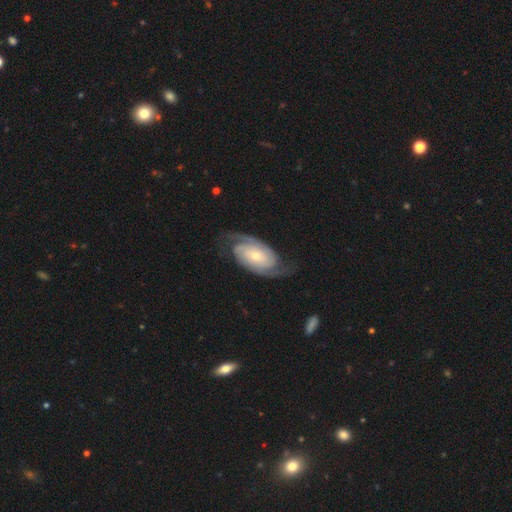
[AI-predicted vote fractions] Overall: featured or disk (87%). Edge-on disk: no (96%). Bar: no (66%). Spiral arms: yes (97%). Spiral arm count: 2 (90%). Spiral winding: tight (47%; medium 39%). Bulge size: small (60%; moderate 33%). Merging: none (77%).